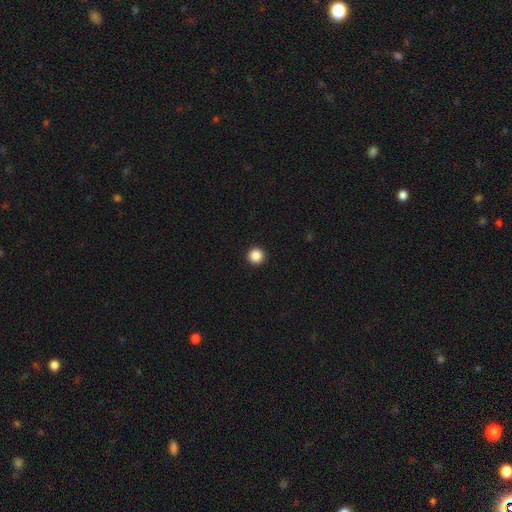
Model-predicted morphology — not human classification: Smooth or featured? Predicted: smooth (p=0.87). How rounded? Predicted: round (p=0.97). Merging? Predicted: none (p=0.94).